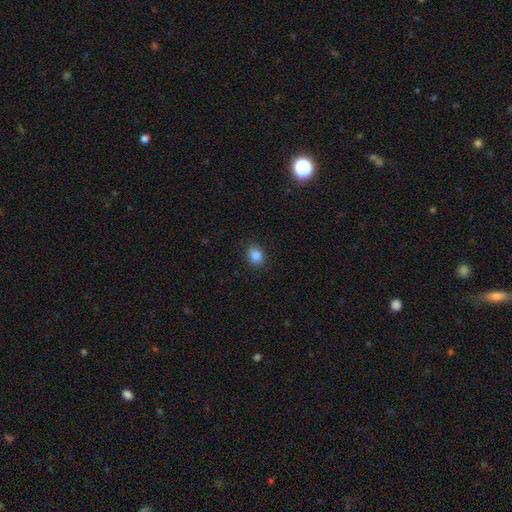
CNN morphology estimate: A smooth galaxy with no disk features (85%) that is round (53%). Merging: none (89%).